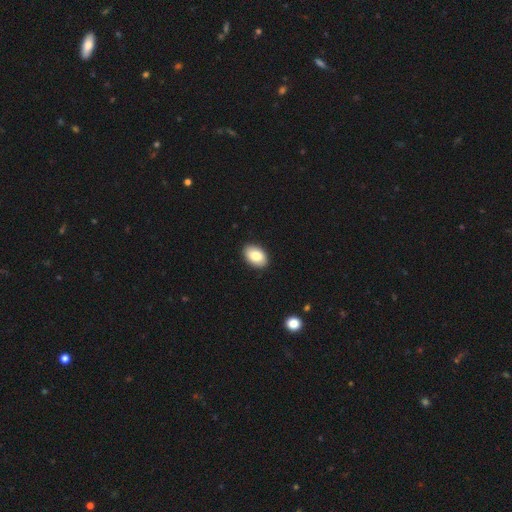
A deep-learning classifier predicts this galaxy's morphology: This appears to be a smooth galaxy with no disk features (84%) that is in between round and cigar-shaped (89%). Merging: none (90%).